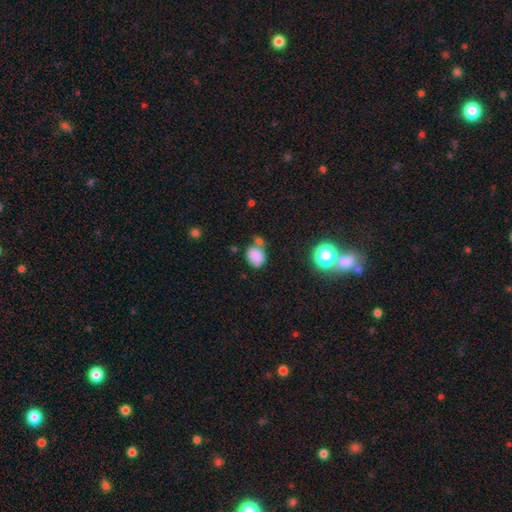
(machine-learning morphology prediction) Overall: smooth (81%). How rounded: in between (50%; round 49%). Merging: none (56%; merger 19%).